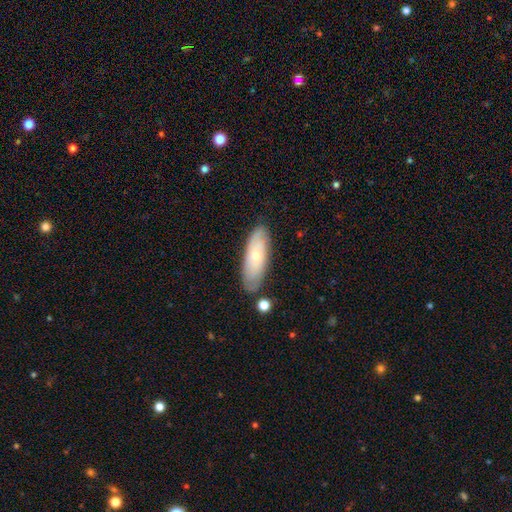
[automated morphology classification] This appears to be a smooth galaxy with no disk features (53%) that is in between round and cigar-shaped (63%). Merging: none (77%).